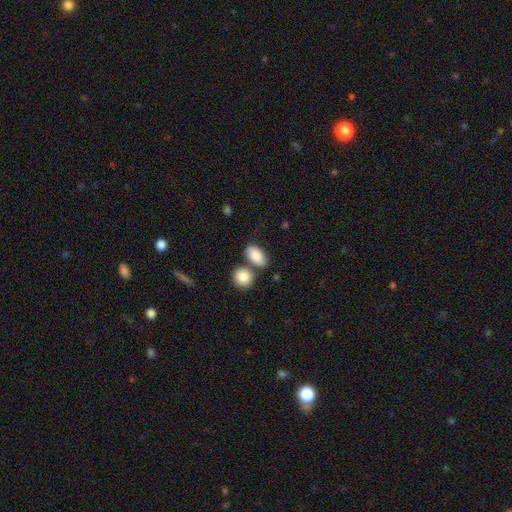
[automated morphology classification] smooth_or_featured: smooth (p=0.86) [alt: featured or disk p=0.07]
how_rounded: in between (p=0.89) [alt: round p=0.08]
merging: none (p=0.57) [alt: merger p=0.25]